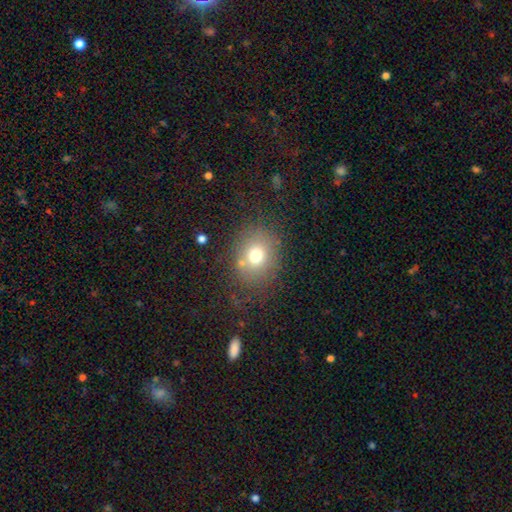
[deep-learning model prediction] This is likely a smooth galaxy (70%). How rounded: possibly round (53%). Merging: likely none (74%).